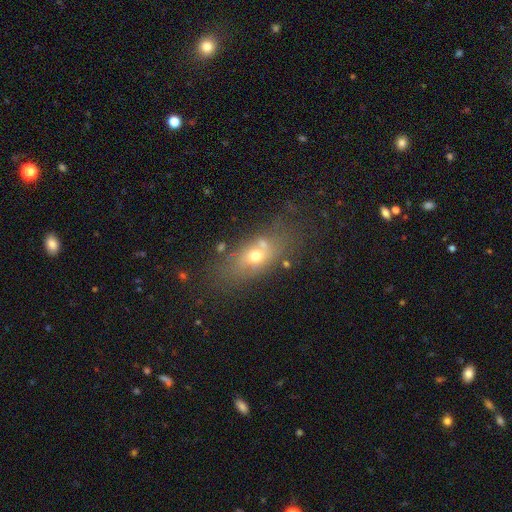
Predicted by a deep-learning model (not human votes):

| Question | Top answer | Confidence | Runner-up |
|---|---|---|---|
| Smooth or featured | smooth | 55% | featured or disk (31%) |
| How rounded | in between | 71% | round (17%) |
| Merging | none | 60% | minor disturbance (16%) |